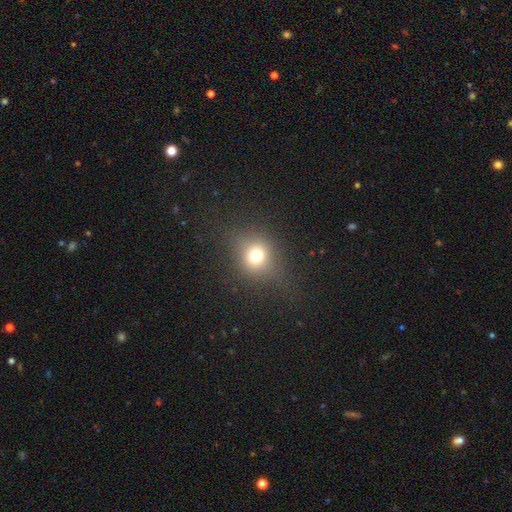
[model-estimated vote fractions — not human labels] Smooth or featured?
  - smooth: 71% *
  - star or artifact: 17%
  - featured or disk: 12%
How rounded?
  - round: 74% *
  - in between: 25%
  - cigar-shaped: 2%
Merging?
  - none: 76% *
  - minor disturbance: 14%
  - major disturbance: 9%
  - merger: 1%